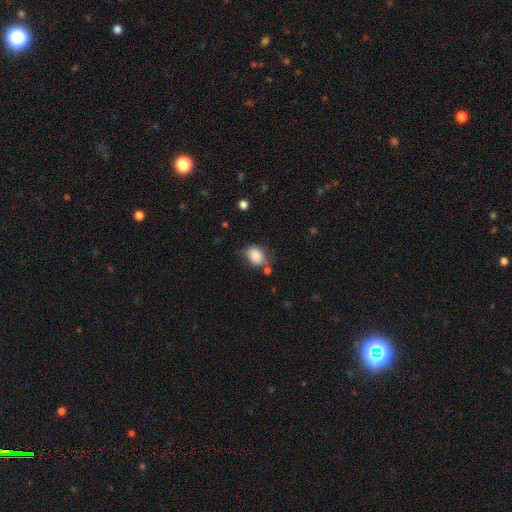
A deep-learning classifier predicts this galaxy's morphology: The model was most divided on "merging": none: 63%, minor disturbance: 22%, merger: 9%, major disturbance: 6%. More confident: smooth or featured — smooth (82%); how rounded — in between (75%).